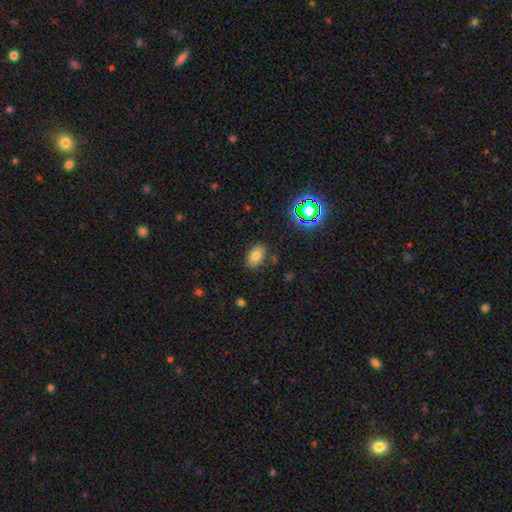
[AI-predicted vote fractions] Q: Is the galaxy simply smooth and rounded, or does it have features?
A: smooth — 74%.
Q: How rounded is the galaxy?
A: in between — 84%.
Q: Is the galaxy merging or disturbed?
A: none — 81%.